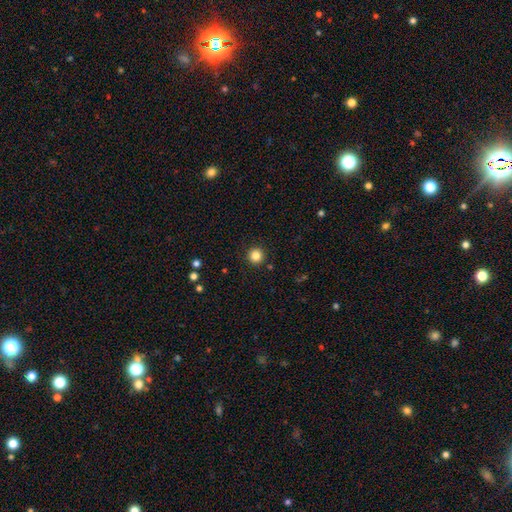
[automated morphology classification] A smooth galaxy with no disk features (84%) that is round (96%). Merging: none (92%).